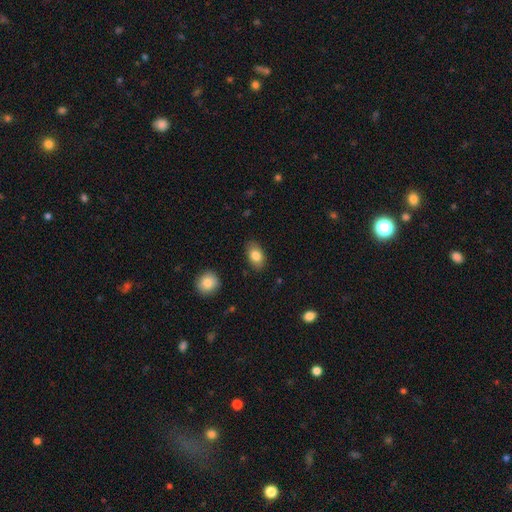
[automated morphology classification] A smooth galaxy with no disk features (83%) that is in between round and cigar-shaped (89%).

Vote fractions:
- Smooth or featured? smooth: 83% / featured or disk: 10% / star or artifact: 8%
- How rounded? in between: 89% / round: 10% / cigar-shaped: 2%
- Merging? none: 85% / minor disturbance: 11% / major disturbance: 2% / merger: 1%